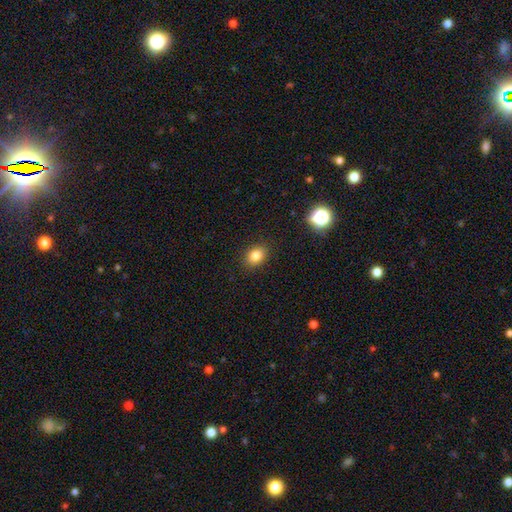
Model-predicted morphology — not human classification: smooth 82%, star or artifact 11%, featured or disk 6%. Down the decision tree: how rounded — in between (61%); merging — none (88%).